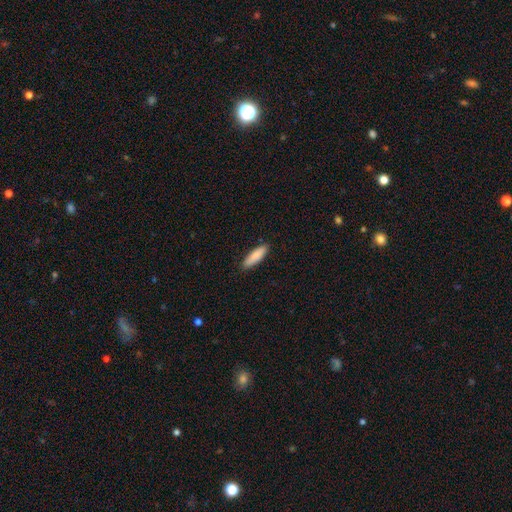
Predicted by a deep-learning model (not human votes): Smooth or featured: smooth — 87% (featured or disk — 7%)
How rounded: cigar-shaped — 58% (in between — 41%)
Merging: none — 88% (minor disturbance — 9%)